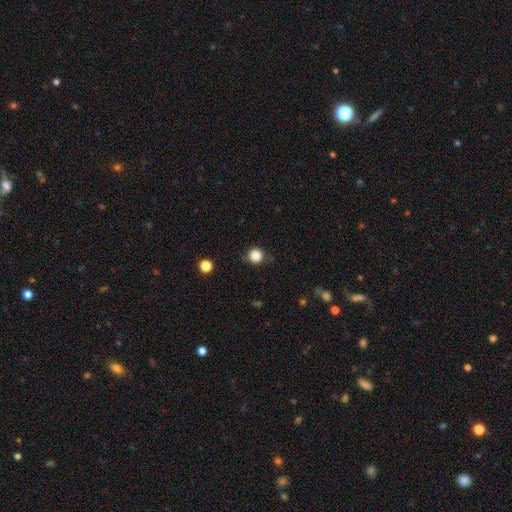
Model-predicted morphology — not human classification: A smooth galaxy with no disk features (85%) that is round (93%). Merging: none (83%).